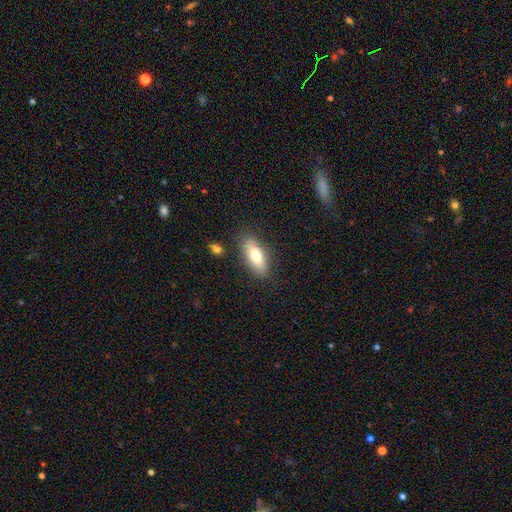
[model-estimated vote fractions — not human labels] Smooth or featured?
  - smooth: 72% *
  - featured or disk: 21%
  - star or artifact: 7%
How rounded?
  - in between: 79% *
  - cigar-shaped: 18%
  - round: 3%
Merging?
  - none: 83% *
  - minor disturbance: 12%
  - major disturbance: 3%
  - merger: 3%